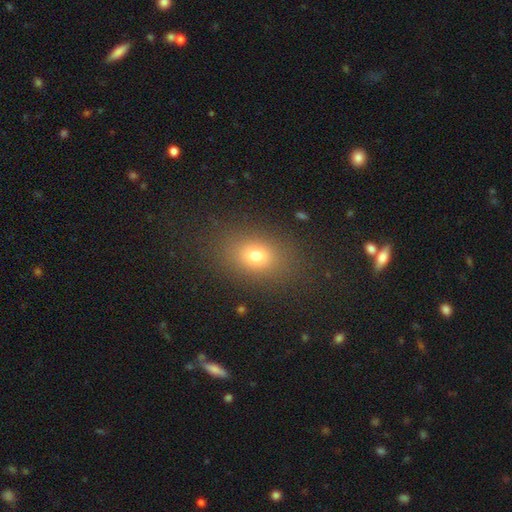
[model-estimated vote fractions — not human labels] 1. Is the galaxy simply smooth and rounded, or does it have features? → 74% smooth, 15% star or artifact, 11% featured or disk.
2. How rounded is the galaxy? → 70% in between, 28% round, 2% cigar-shaped.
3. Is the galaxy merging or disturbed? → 85% none, 9% minor disturbance, 4% major disturbance, 1% merger.